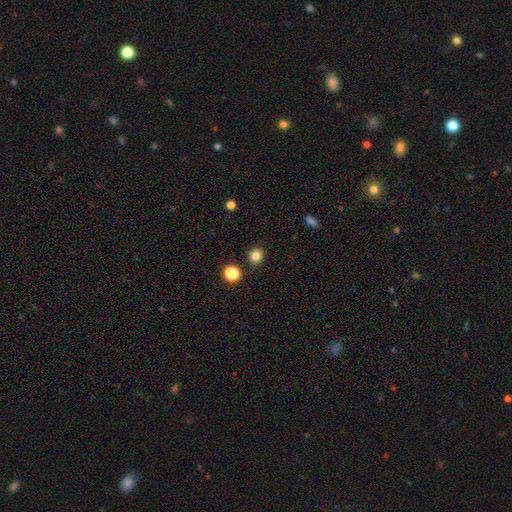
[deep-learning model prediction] Overall: smooth (83%). How rounded: round (90%). Merging: none (91%).